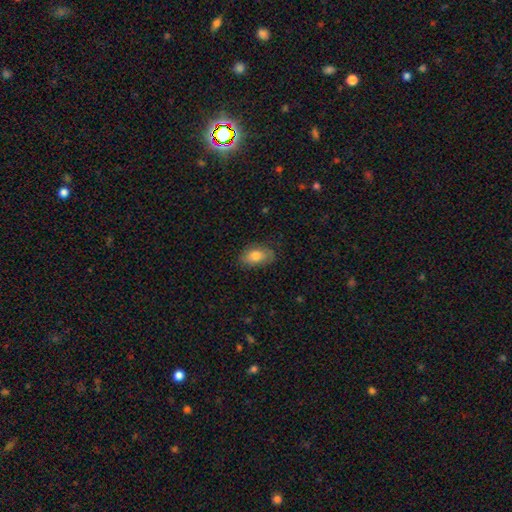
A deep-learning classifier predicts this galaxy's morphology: The model was most divided on "merging": none: 75%, minor disturbance: 20%, major disturbance: 5%, merger: 1%. More confident: how rounded — in between (90%); smooth or featured — smooth (79%).